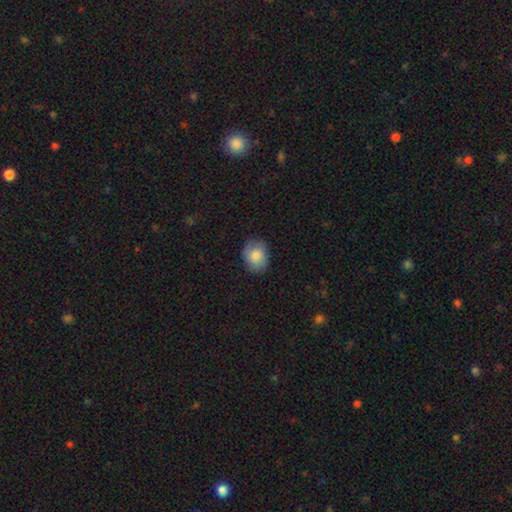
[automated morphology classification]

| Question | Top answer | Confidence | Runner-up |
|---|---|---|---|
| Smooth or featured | smooth | 82% | featured or disk (11%) |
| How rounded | in between | 54% | round (45%) |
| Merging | none | 81% | minor disturbance (15%) |